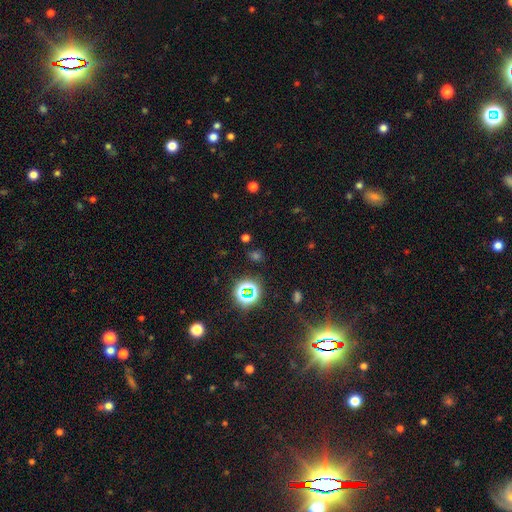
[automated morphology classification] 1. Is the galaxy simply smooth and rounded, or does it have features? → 65% star or artifact, 28% smooth, 7% featured or disk.